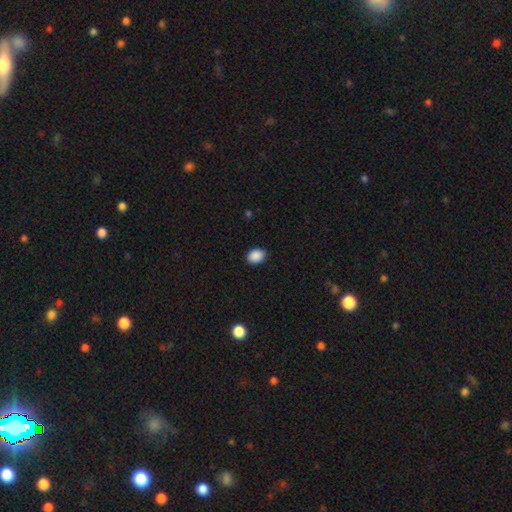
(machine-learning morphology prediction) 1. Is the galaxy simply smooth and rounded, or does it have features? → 89% smooth, 8% star or artifact, 2% featured or disk.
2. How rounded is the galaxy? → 65% in between, 34% round, 1% cigar-shaped.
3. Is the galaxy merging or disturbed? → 89% none, 8% minor disturbance, 2% major disturbance, 1% merger.